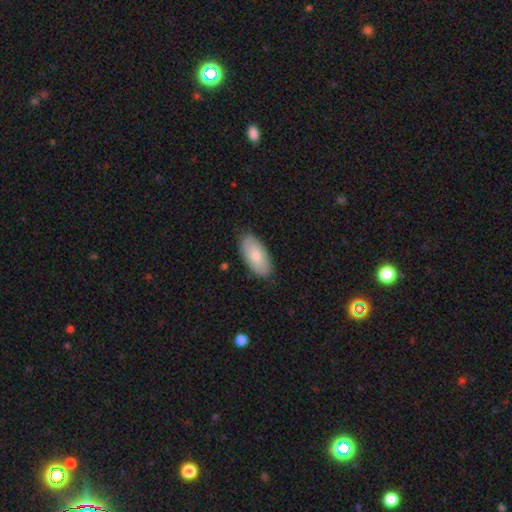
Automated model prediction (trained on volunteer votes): A smooth galaxy with no disk features (71%) that is in between round and cigar-shaped (94%). Merging: none (83%).